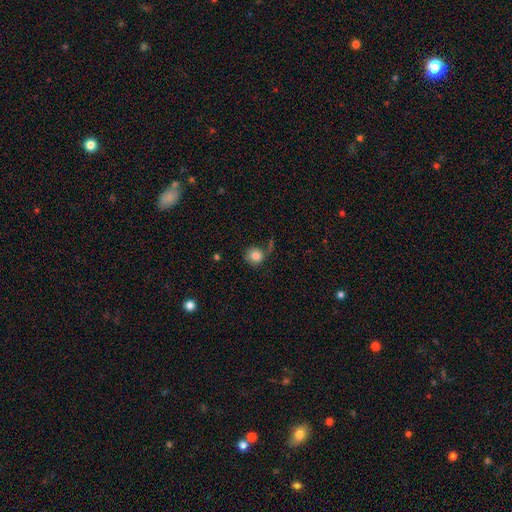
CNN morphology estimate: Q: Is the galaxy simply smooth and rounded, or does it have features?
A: smooth — 83%.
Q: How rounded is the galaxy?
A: round — 84%.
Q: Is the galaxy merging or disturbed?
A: none — 58%.